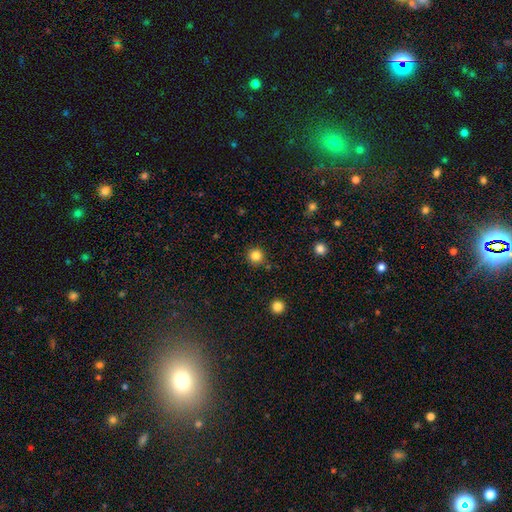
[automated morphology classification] smooth_or_featured: smooth (p=0.83) [alt: star or artifact p=0.12]
how_rounded: round (p=0.95) [alt: in between p=0.04]
merging: none (p=0.89) [alt: minor disturbance p=0.06]